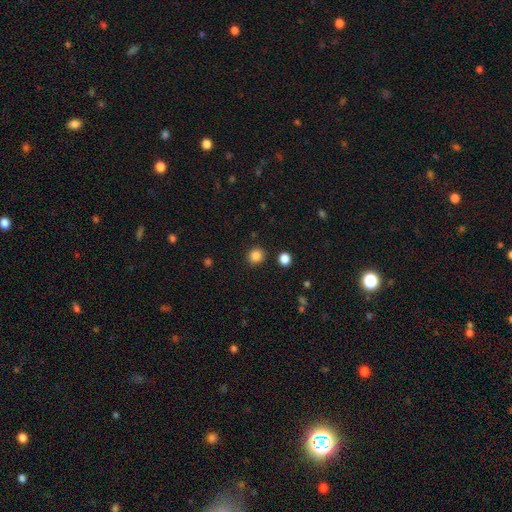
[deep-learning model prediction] Morphology: type=smooth (86%); roundness=round (88%); merging=none (89%).